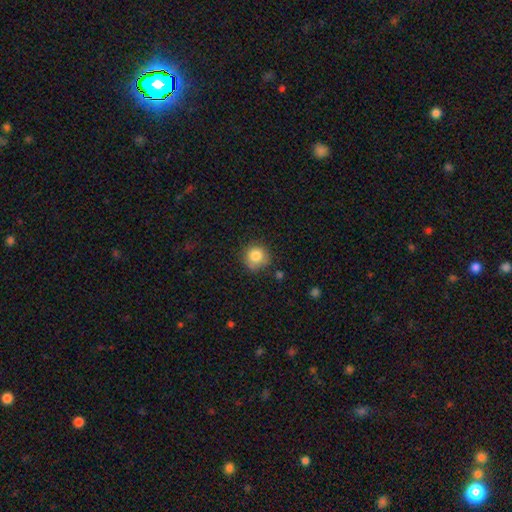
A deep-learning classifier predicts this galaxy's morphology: Smooth or featured?
  - smooth: 84% *
  - star or artifact: 10%
  - featured or disk: 7%
How rounded?
  - round: 90% *
  - in between: 9%
  - cigar-shaped: 1%
Merging?
  - none: 72% *
  - minor disturbance: 20%
  - major disturbance: 5%
  - merger: 3%